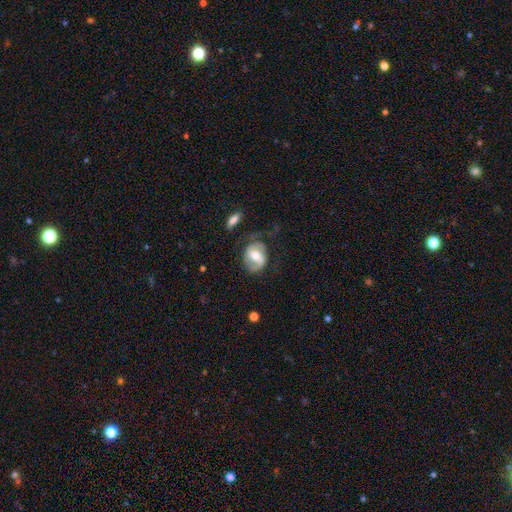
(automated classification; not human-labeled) This appears to be a featured or disk galaxy (56%) with a weak bar (44%), spiral arms (73%) and a moderate central bulge (69%). Merging: none (51%).